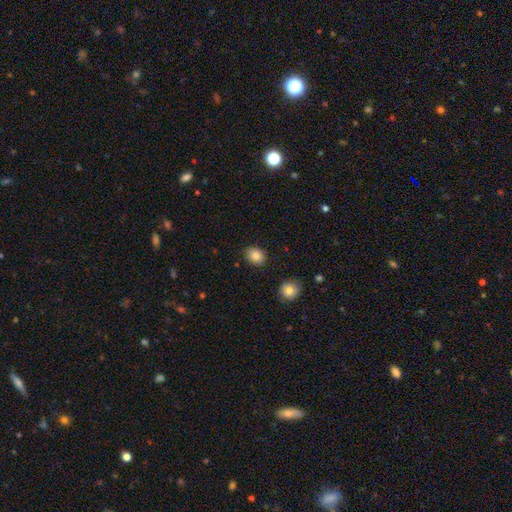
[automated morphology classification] smooth-or-featured: smooth: 84% | star or artifact: 10% | featured or disk: 6%
  how-rounded: round: 50% | in between: 49% | cigar-shaped: 1%
  merging: none: 84% | minor disturbance: 11% | major disturbance: 2% | merger: 2%